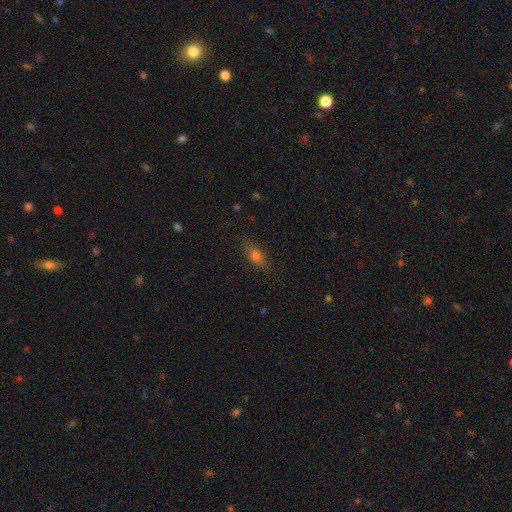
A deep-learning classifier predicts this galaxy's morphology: Smooth or featured?
  - smooth: 60% *
  - featured or disk: 27%
  - star or artifact: 13%
How rounded?
  - in between: 61% *
  - cigar-shaped: 31%
  - round: 7%
Merging?
  - none: 82% *
  - minor disturbance: 13%
  - major disturbance: 4%
  - merger: 1%